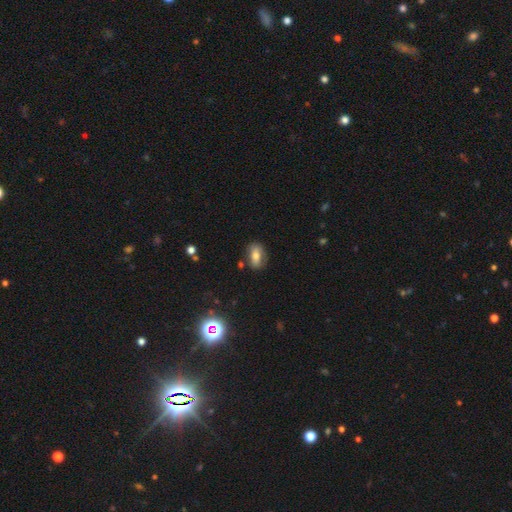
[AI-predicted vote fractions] A smooth galaxy with no disk features (66%) that is in between round and cigar-shaped (83%).

Vote fractions:
- Smooth or featured? smooth: 66% / featured or disk: 24% / star or artifact: 10%
- How rounded? in between: 83% / round: 10% / cigar-shaped: 7%
- Merging? none: 73% / minor disturbance: 18% / major disturbance: 5% / merger: 3%